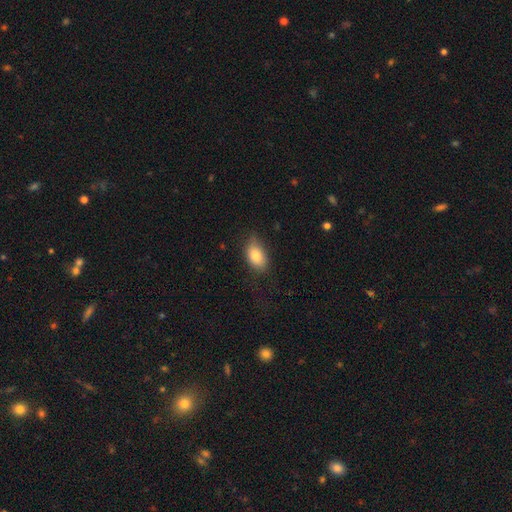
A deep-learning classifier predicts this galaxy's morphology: type=smooth (81%); roundness=in between (88%); merging=none (69%).